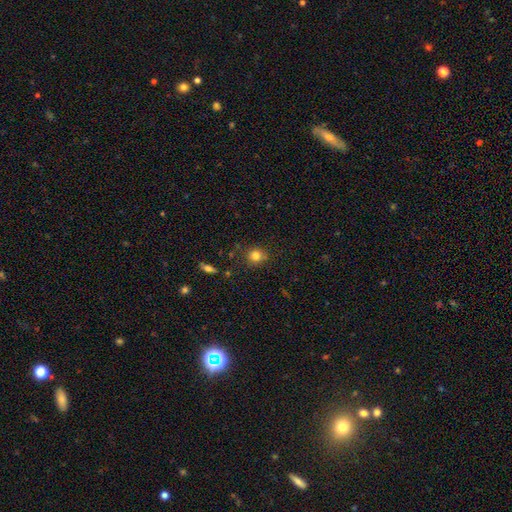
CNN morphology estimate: Overall: smooth (80%). How rounded: round (89%). Merging: none (83%).